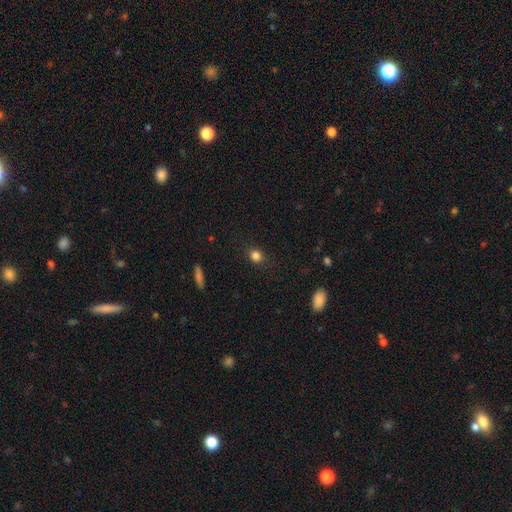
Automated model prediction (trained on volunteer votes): The model was most divided on "how rounded": round: 77%, in between: 22%, cigar-shaped: 2%. More confident: merging — none (86%); smooth or featured — smooth (82%).